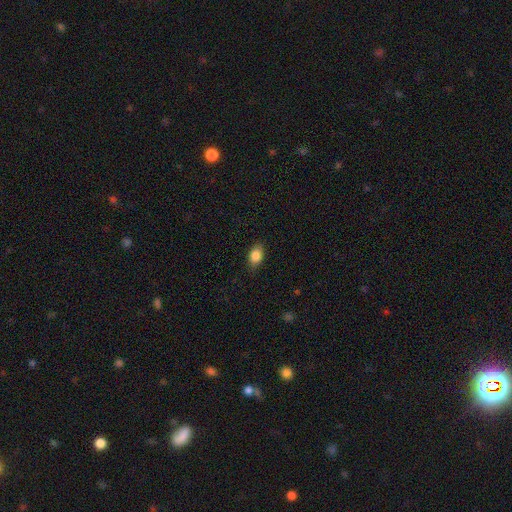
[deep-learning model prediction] smooth-or-featured: smooth: 86% | star or artifact: 8% | featured or disk: 6%
  how-rounded: in between: 83% | round: 15% | cigar-shaped: 2%
  merging: none: 84% | minor disturbance: 12% | major disturbance: 3% | merger: 1%